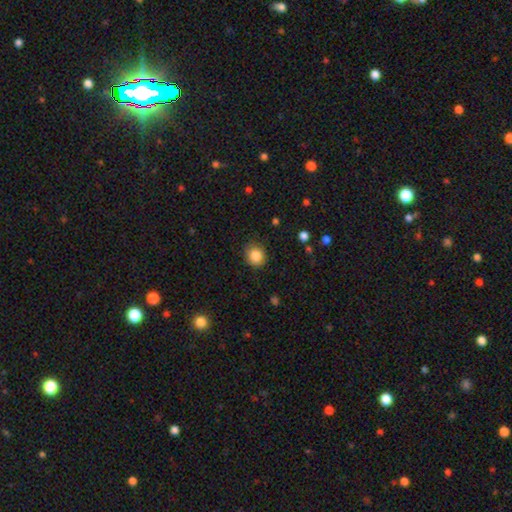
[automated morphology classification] Overall: smooth (85%). How rounded: round (82%). Merging: none (86%).